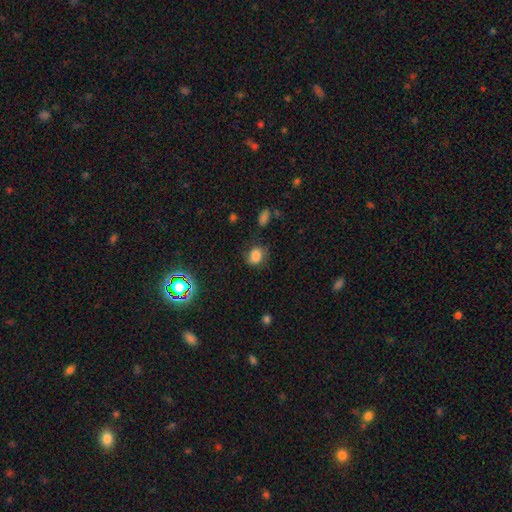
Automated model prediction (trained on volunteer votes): Smooth or featured? smooth (79%)
How rounded? round (53%)
Merging? none (67%)